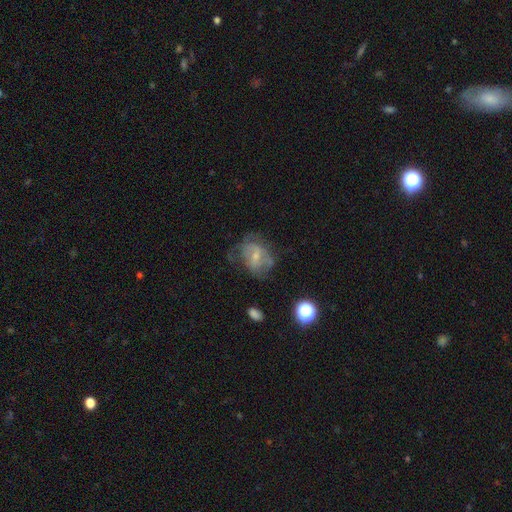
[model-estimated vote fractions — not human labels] This appears to be a featured or disk galaxy (55%) with no bar (53%), no spiral arms (51%) and a small central bulge (58%). Merging: none (42%).